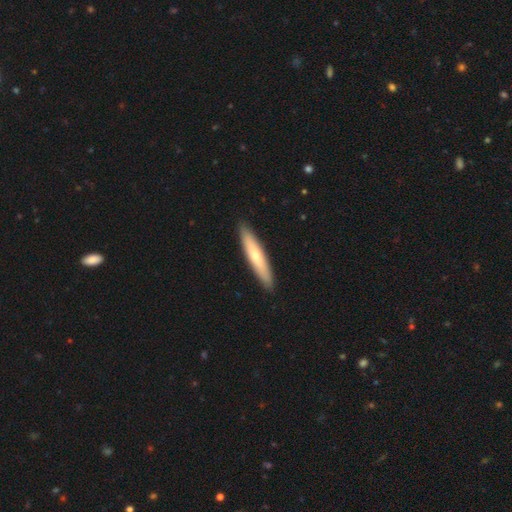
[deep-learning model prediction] The model was most divided on "smooth or featured": smooth: 63%, featured or disk: 32%, star or artifact: 5%. More confident: merging — none (91%); how rounded — cigar-shaped (90%).